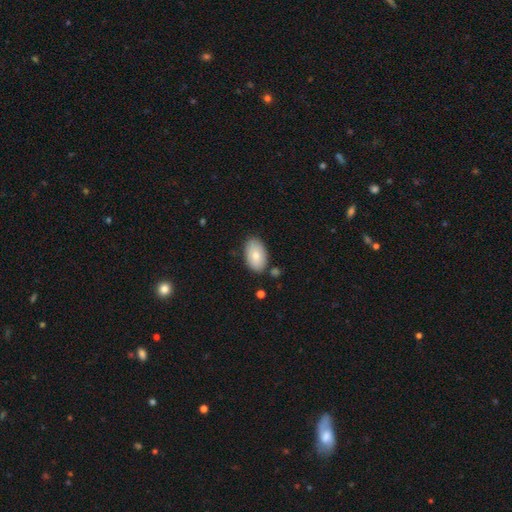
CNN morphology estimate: Q: Smooth or featured?
A: smooth (79%); runner-up: featured or disk (15%)
Q: How rounded?
A: in between (94%); runner-up: round (5%)
Q: Merging?
A: none (82%); runner-up: minor disturbance (12%)